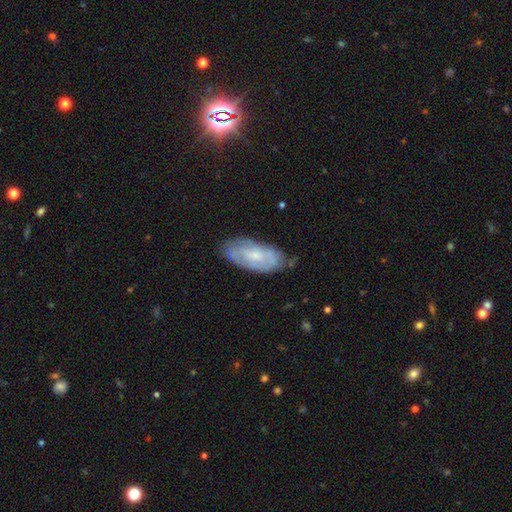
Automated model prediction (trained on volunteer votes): Overall: featured or disk (63%; smooth 30%). Edge-on disk: no (92%). Bar: no (63%; weak 32%). Spiral arms: yes (81%). Bulge size: small (60%; moderate 30%). Merging: none (68%).